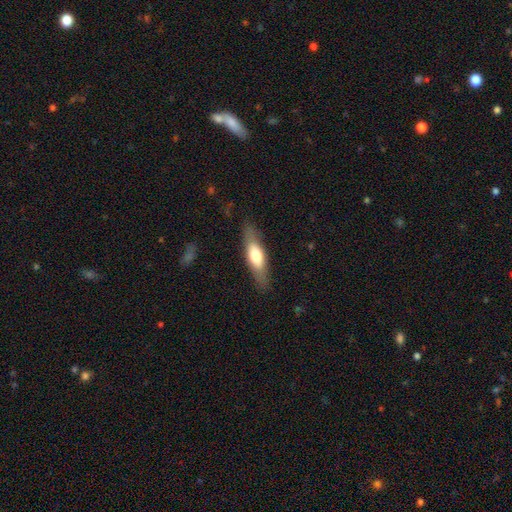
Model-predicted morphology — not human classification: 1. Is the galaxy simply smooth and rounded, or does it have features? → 58% smooth, 36% featured or disk, 6% star or artifact.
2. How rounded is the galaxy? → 53% cigar-shaped, 45% in between, 2% round.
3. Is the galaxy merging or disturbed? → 82% none, 13% minor disturbance, 4% major disturbance, 1% merger.